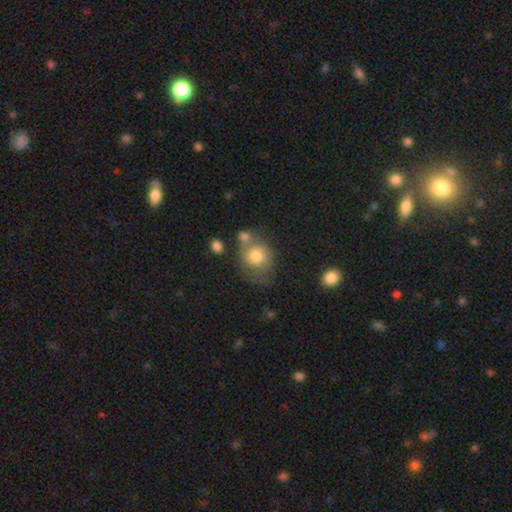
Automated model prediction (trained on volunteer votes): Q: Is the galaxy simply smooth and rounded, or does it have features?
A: smooth — 71%.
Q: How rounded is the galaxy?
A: round — 72%.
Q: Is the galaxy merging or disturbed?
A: none — 42%.